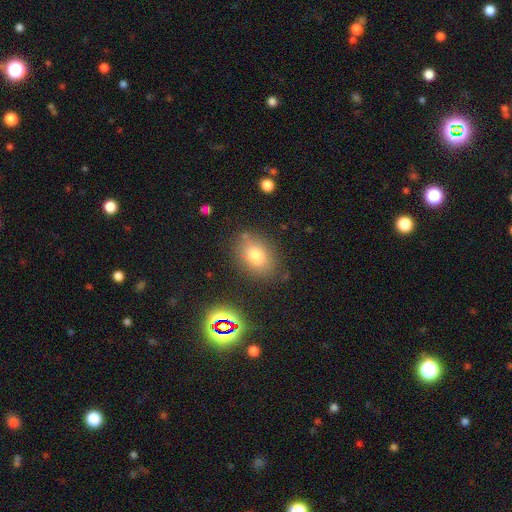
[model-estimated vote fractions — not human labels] Smooth or featured: smooth — 77% (star or artifact — 12%)
How rounded: in between — 76% (round — 23%)
Merging: none — 79% (minor disturbance — 13%)